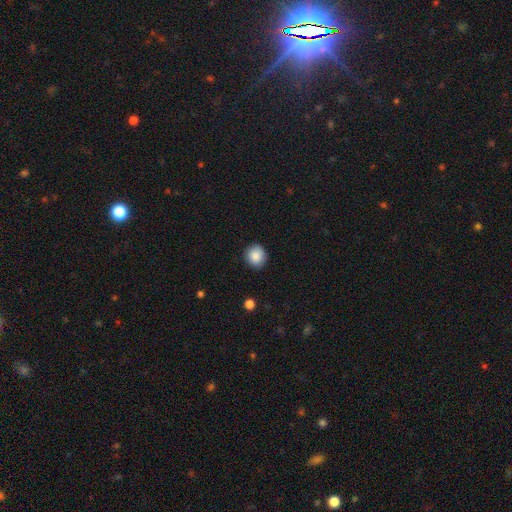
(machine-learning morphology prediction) Smooth or featured?
  - smooth: 87% *
  - star or artifact: 8%
  - featured or disk: 4%
How rounded?
  - round: 86% *
  - in between: 13%
  - cigar-shaped: 1%
Merging?
  - none: 88% *
  - minor disturbance: 9%
  - major disturbance: 2%
  - merger: 1%